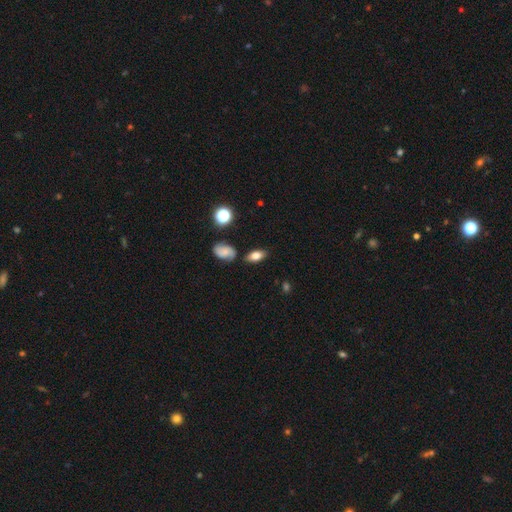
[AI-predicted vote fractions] The model was most divided on "smooth or featured": smooth: 72%, featured or disk: 17%, star or artifact: 11%. More confident: how rounded — in between (86%); merging — none (78%).